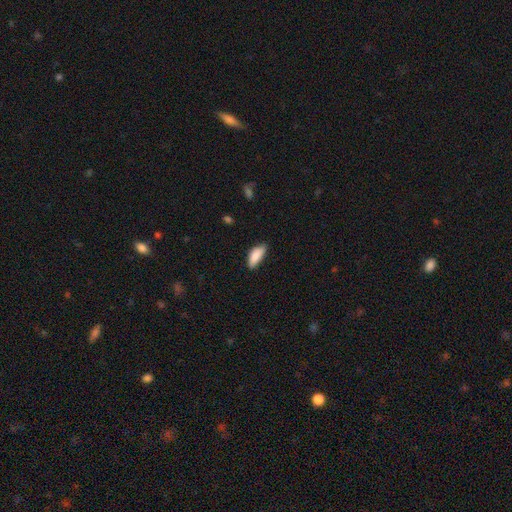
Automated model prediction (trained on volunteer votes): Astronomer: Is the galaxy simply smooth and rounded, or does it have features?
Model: smooth — 87%.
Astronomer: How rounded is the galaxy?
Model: in between — 83%.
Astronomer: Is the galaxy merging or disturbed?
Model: none — 63%.